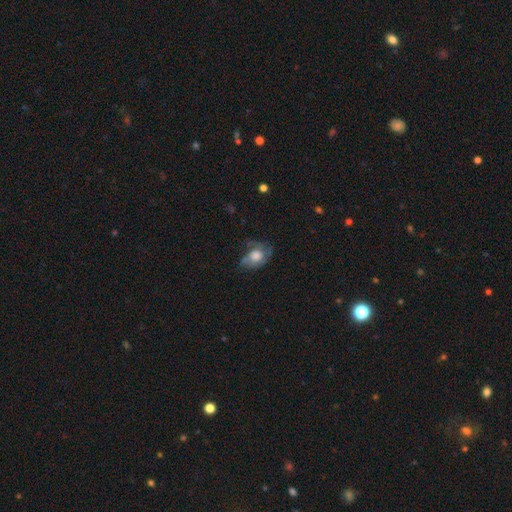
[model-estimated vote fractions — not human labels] The model was most divided on "smooth or featured": smooth: 49%, featured or disk: 43%, star or artifact: 9%. Remaining: merging — none (41%).